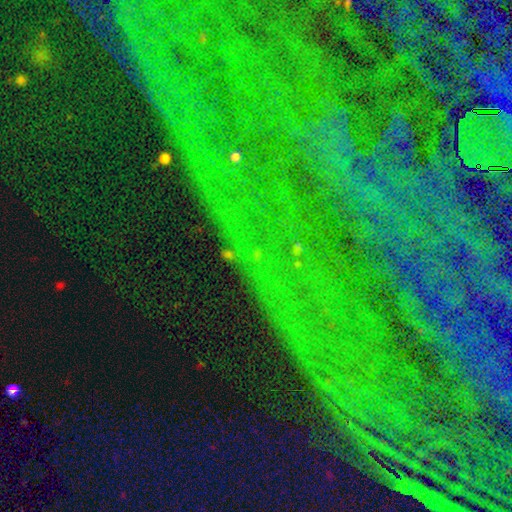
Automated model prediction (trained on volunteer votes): A star or artifact, not a galaxy (84%).